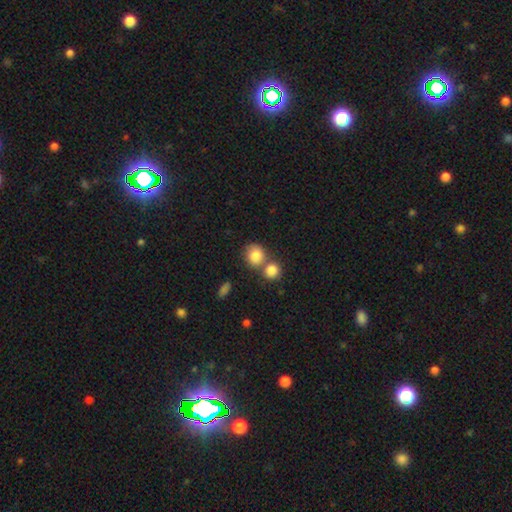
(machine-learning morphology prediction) This appears to be a smooth galaxy with no disk features (83%) that is round (76%). Merging: none (48%).